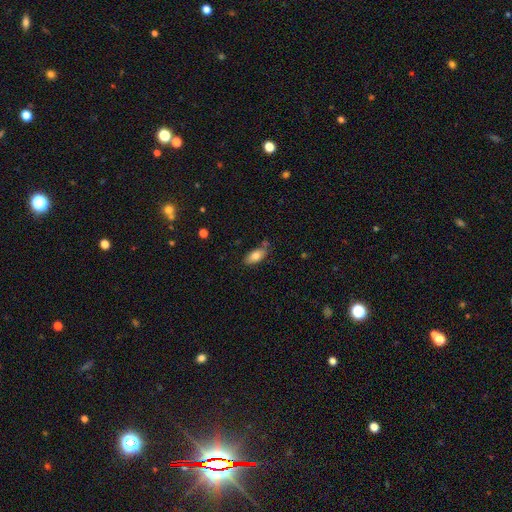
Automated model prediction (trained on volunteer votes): Smooth or featured?
  - smooth: 80% *
  - featured or disk: 13%
  - star or artifact: 7%
How rounded?
  - in between: 89% *
  - cigar-shaped: 8%
  - round: 3%
Merging?
  - none: 68% *
  - minor disturbance: 21%
  - merger: 7%
  - major disturbance: 4%